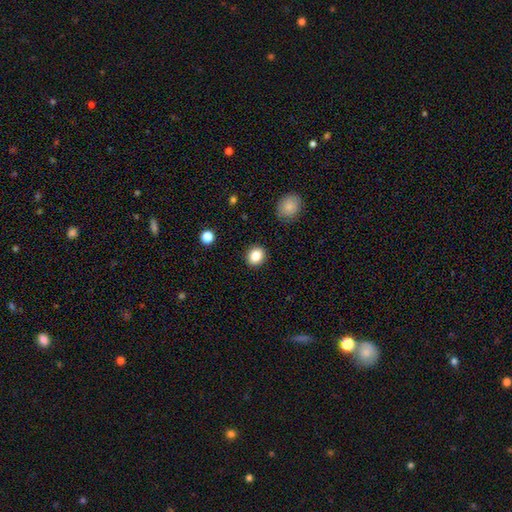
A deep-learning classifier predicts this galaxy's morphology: Overall: smooth (84%). How rounded: round (71%). Merging: none (90%).